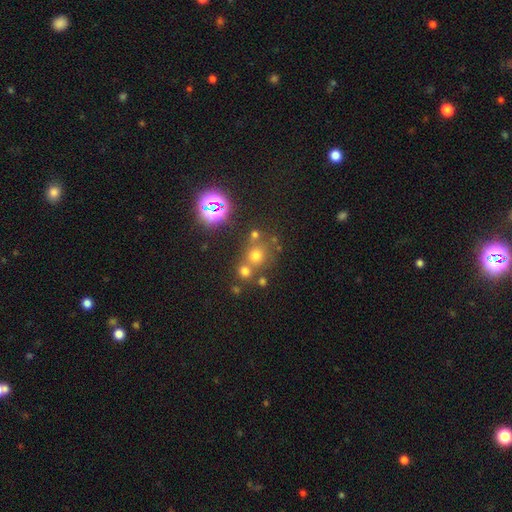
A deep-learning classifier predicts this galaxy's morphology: Smooth or featured?
  - smooth: 56% *
  - star or artifact: 33%
  - featured or disk: 11%
How rounded?
  - round: 87% *
  - in between: 12%
  - cigar-shaped: 1%
Merging?
  - none: 58% *
  - merger: 29%
  - minor disturbance: 9%
  - major disturbance: 4%